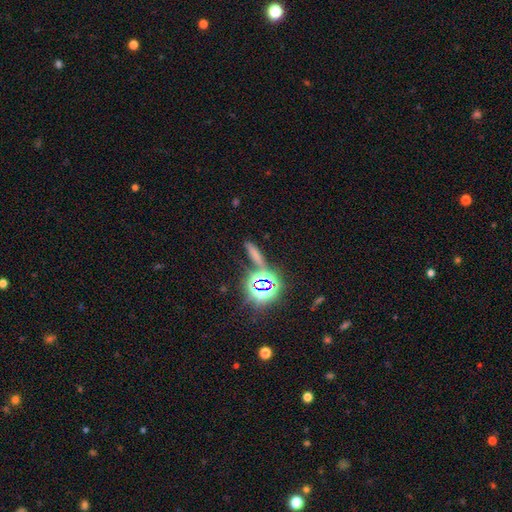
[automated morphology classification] smooth-or-featured: smooth: 50% | star or artifact: 39% | featured or disk: 12%
  merging: none: 71% | minor disturbance: 12% | merger: 12% | major disturbance: 5%